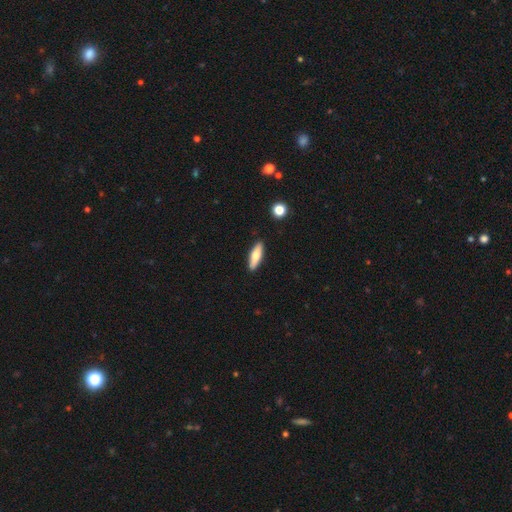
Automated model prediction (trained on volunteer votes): The model was most divided on "how rounded": cigar-shaped: 56%, in between: 42%, round: 2%. More confident: merging — none (89%); smooth or featured — smooth (69%).